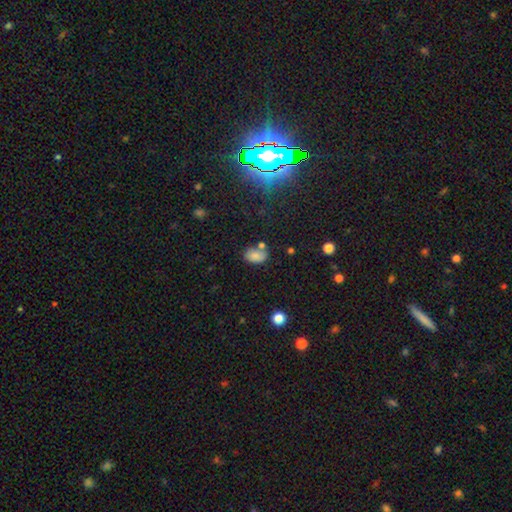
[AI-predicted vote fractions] smooth_or_featured: smooth (p=0.80) [alt: star or artifact p=0.12]
how_rounded: in between (p=0.85) [alt: round p=0.14]
merging: none (p=0.61) [alt: minor disturbance p=0.19]